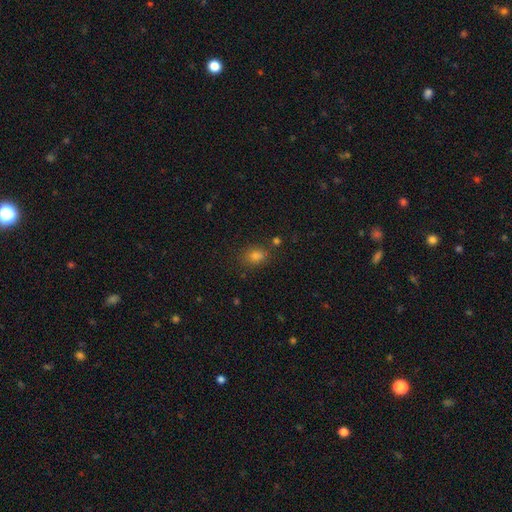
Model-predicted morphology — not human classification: smooth 74%, star or artifact 20%, featured or disk 6%. Down the decision tree: how rounded — in between (52%); merging — none (77%).